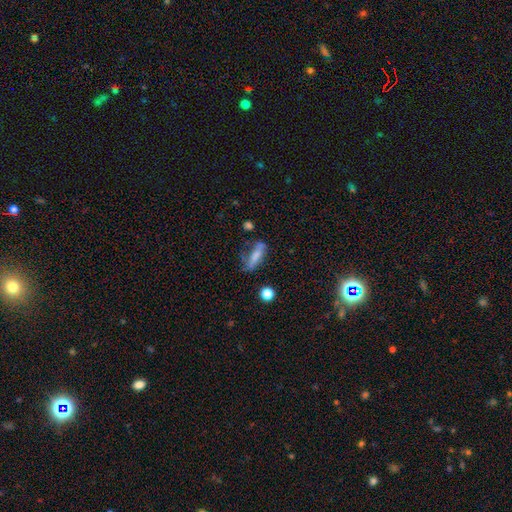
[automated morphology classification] A smooth galaxy with no disk features (63%) that is cigar-shaped (58%).

Vote fractions:
- Smooth or featured? smooth: 63% / featured or disk: 27% / star or artifact: 10%
- How rounded? cigar-shaped: 58% / in between: 38% / round: 3%
- Merging? none: 48% / minor disturbance: 28% / major disturbance: 17% / merger: 7%